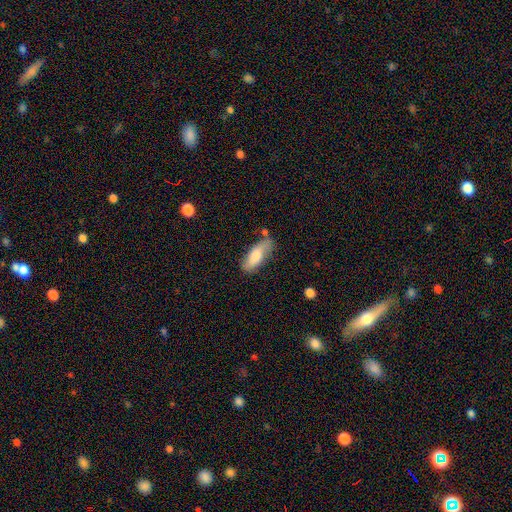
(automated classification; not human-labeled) smooth_or_featured: smooth (p=0.73) [alt: featured or disk p=0.21]
how_rounded: in between (p=0.71) [alt: cigar-shaped p=0.26]
merging: none (p=0.62) [alt: minor disturbance p=0.24]